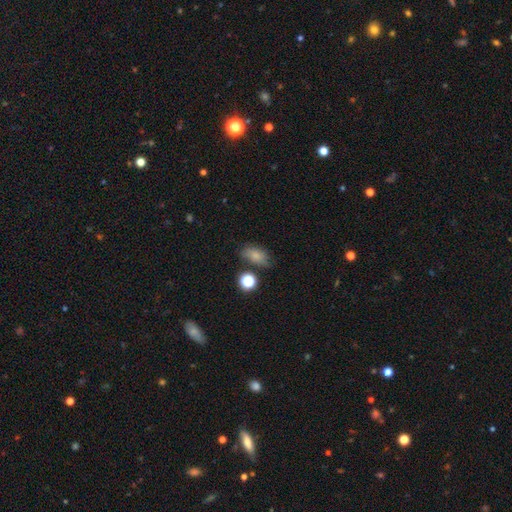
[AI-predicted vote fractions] This is likely a smooth galaxy (74%). How rounded: clearly in between (83%). Merging: likely none (61%).